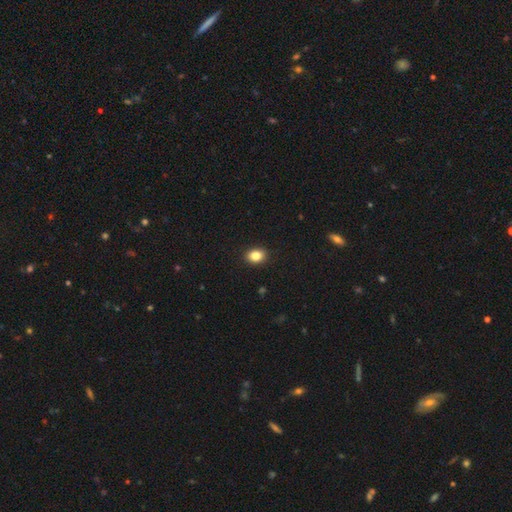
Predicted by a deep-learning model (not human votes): Smooth or featured? smooth (85%)
How rounded? in between (63%)
Merging? none (91%)